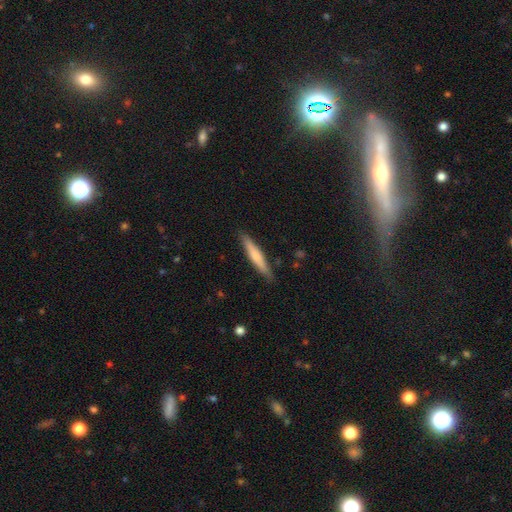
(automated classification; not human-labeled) Overall: smooth (62%; featured or disk 33%). How rounded: cigar-shaped (92%). Merging: none (89%).